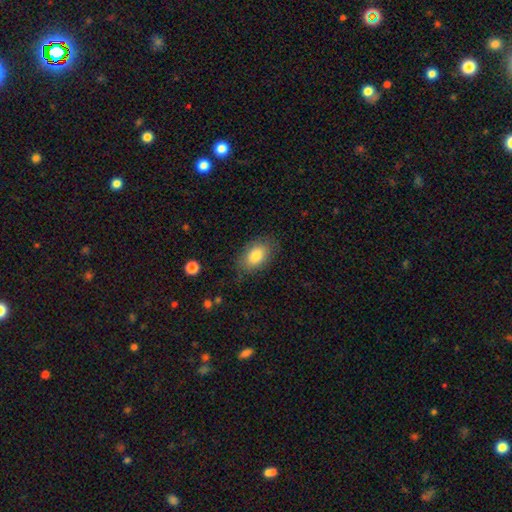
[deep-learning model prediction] Q: Smooth or featured?
A: smooth (82%); runner-up: featured or disk (11%)
Q: How rounded?
A: in between (89%); runner-up: round (10%)
Q: Merging?
A: none (78%); runner-up: minor disturbance (16%)